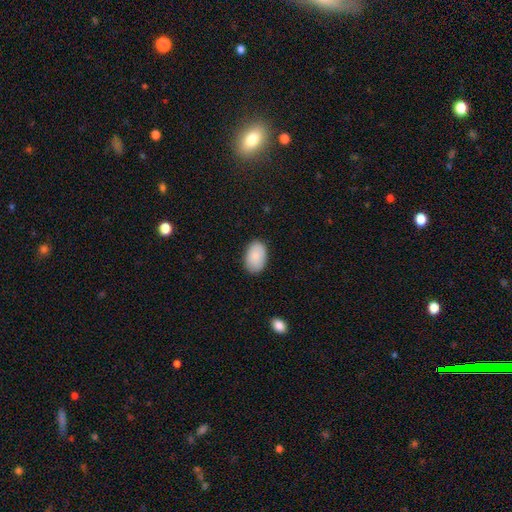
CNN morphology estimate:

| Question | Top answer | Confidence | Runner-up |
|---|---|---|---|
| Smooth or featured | smooth | 88% | star or artifact (6%) |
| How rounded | in between | 91% | round (8%) |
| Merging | none | 87% | minor disturbance (10%) |